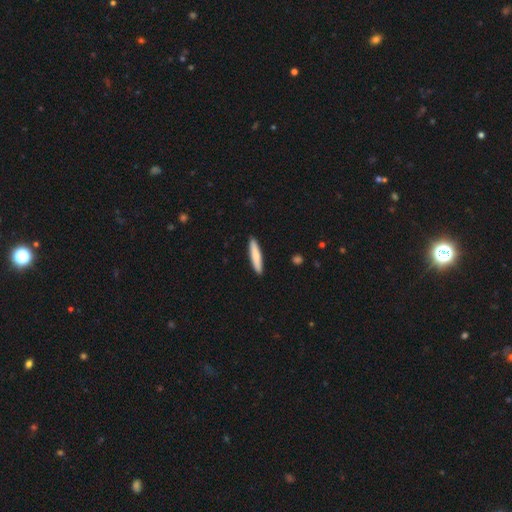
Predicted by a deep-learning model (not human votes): Overall: smooth (78%). How rounded: cigar-shaped (88%). Merging: none (92%).